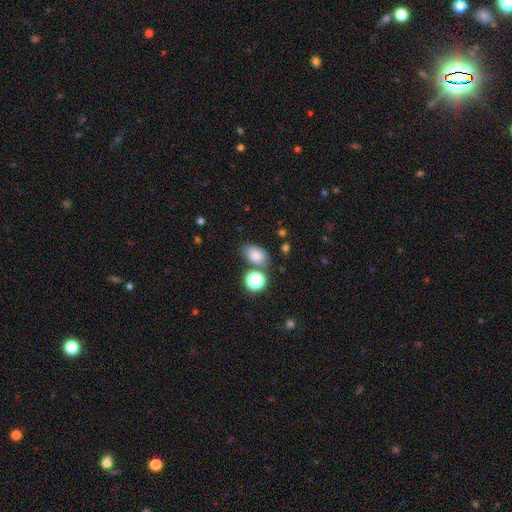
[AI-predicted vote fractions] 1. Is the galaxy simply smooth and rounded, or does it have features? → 77% smooth, 14% star or artifact, 9% featured or disk.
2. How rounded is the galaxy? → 80% in between, 19% round, 1% cigar-shaped.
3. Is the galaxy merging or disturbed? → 69% none, 14% minor disturbance, 12% merger, 4% major disturbance.